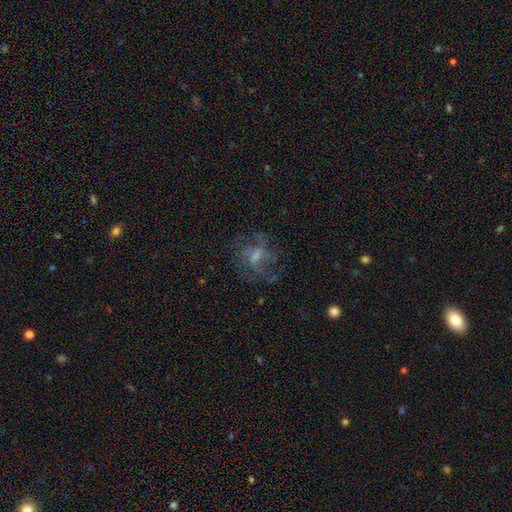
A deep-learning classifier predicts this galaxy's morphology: Smooth or featured? Predicted: featured or disk (p=0.65). Edge-on disk? Predicted: no (p=0.96). Bar? Predicted: weak (p=0.48). Spiral arms? Predicted: yes (p=0.79). Bulge size? Predicted: small (p=0.43). Merging? Predicted: none (p=0.66).